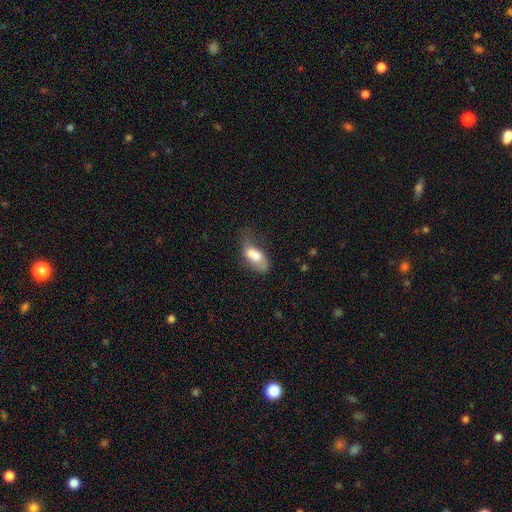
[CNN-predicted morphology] A smooth galaxy with no disk features (60%) that is in between round and cigar-shaped (86%).

Vote fractions:
- Smooth or featured? smooth: 60% / featured or disk: 32% / star or artifact: 8%
- How rounded? in between: 86% / cigar-shaped: 8% / round: 6%
- Merging? merger: 33% / none: 24% / minor disturbance: 23% / major disturbance: 20%